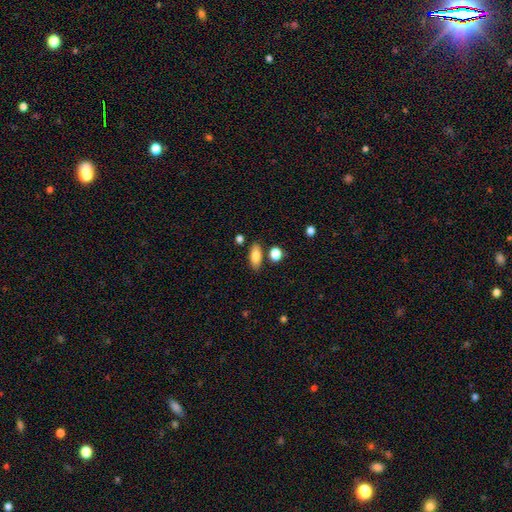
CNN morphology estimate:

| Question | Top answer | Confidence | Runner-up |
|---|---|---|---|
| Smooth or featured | smooth | 83% | featured or disk (9%) |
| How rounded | in between | 80% | cigar-shaped (15%) |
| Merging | none | 80% | minor disturbance (11%) |